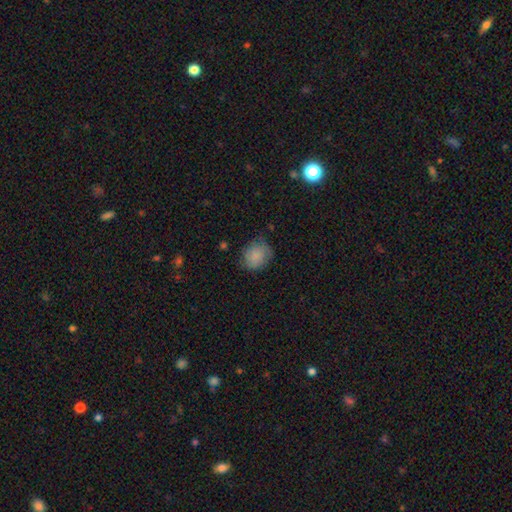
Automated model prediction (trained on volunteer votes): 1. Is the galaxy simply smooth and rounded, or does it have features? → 84% smooth, 8% featured or disk, 8% star or artifact.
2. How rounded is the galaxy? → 62% round, 37% in between, 1% cigar-shaped.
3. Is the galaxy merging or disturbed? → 66% none, 26% minor disturbance, 7% major disturbance, 1% merger.